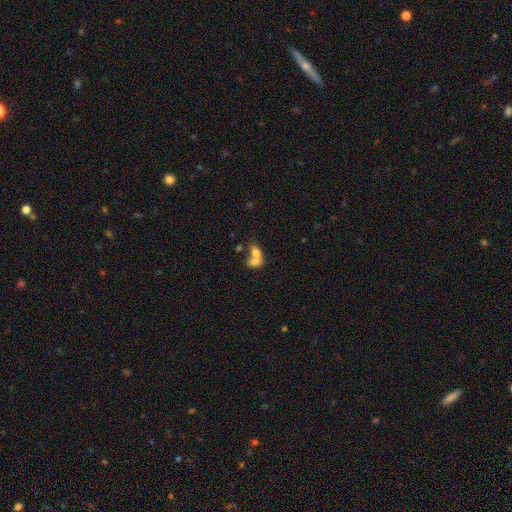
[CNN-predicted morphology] Smooth or featured? smooth (72%)
How rounded? in between (70%)
Merging? merger (73%)